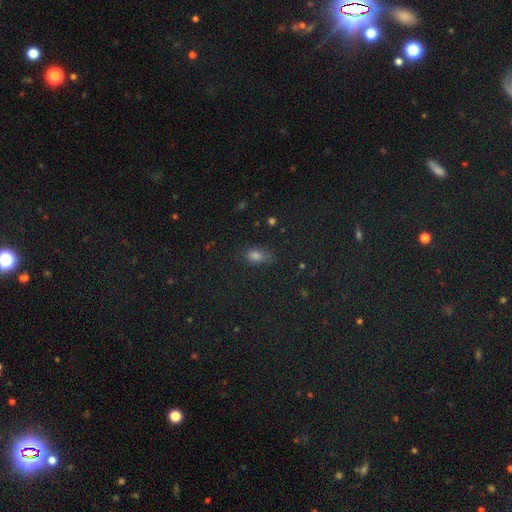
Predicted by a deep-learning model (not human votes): smooth 72%, star or artifact 19%, featured or disk 8%. Down the decision tree: how rounded — in between (76%); merging — none (72%).